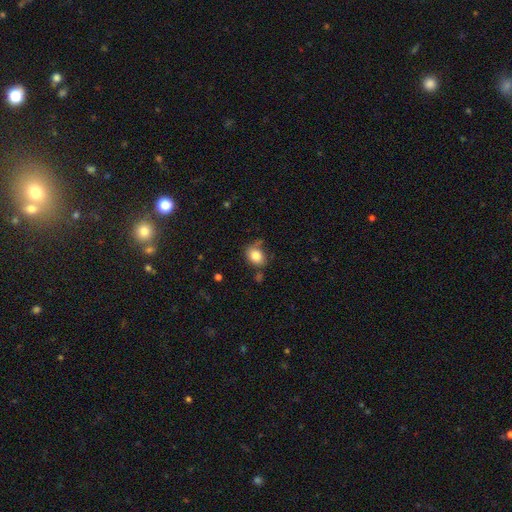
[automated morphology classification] smooth-or-featured: smooth: 82% | star or artifact: 9% | featured or disk: 8%
  how-rounded: in between: 58% | round: 41% | cigar-shaped: 1%
  merging: none: 64% | minor disturbance: 22% | major disturbance: 7% | merger: 7%